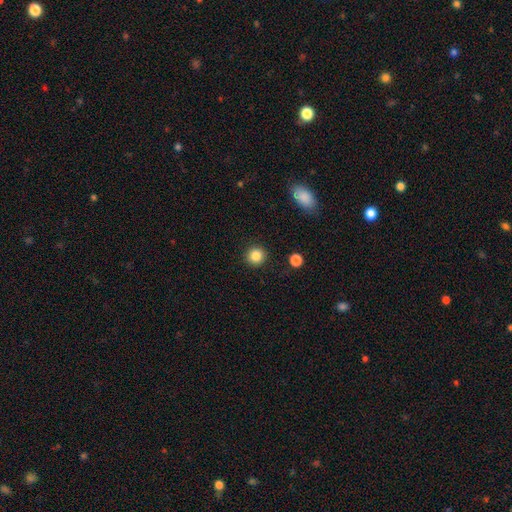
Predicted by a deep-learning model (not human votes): smooth-or-featured: smooth: 85% | star or artifact: 11% | featured or disk: 4%
  how-rounded: round: 93% | in between: 6% | cigar-shaped: 1%
  merging: none: 91% | minor disturbance: 5% | major disturbance: 2% | merger: 1%